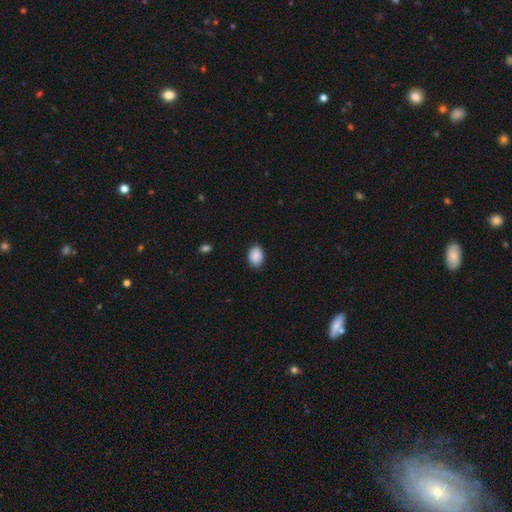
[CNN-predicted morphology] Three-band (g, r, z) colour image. It shows a smooth galaxy with no disk features (90%) that is in between round and cigar-shaped (81%). Merging: none (87%).